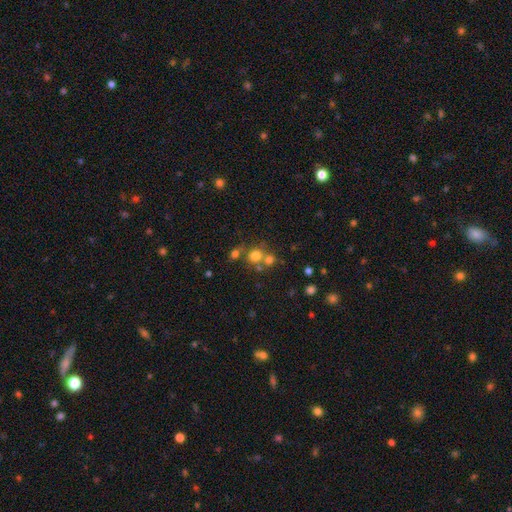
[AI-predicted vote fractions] smooth 70%, star or artifact 18%, featured or disk 12%. Down the decision tree: how rounded — round (86%); merging — none (53%).